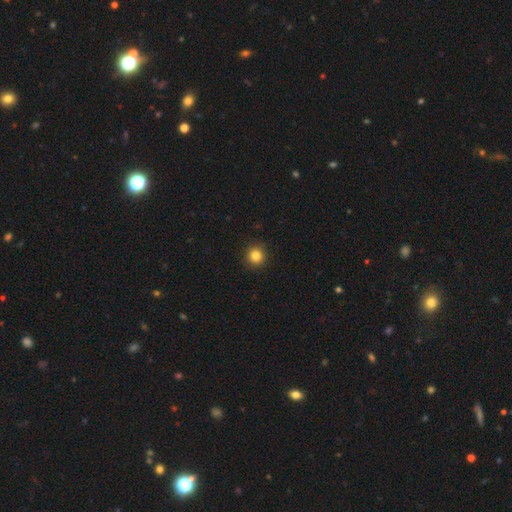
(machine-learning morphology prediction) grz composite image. It shows a smooth galaxy with no disk features (84%) that is round (93%). Merging: none (93%).